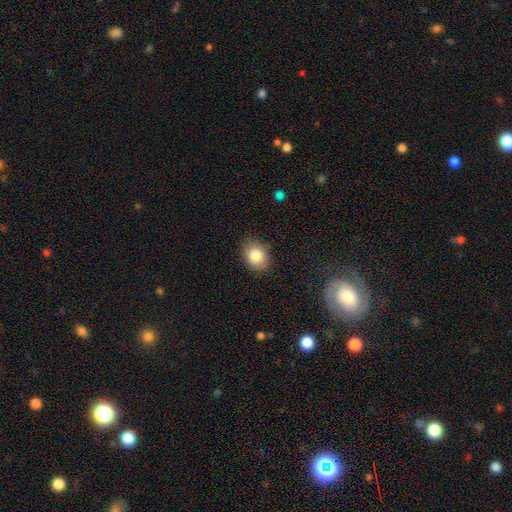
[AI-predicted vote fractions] smooth 84%, star or artifact 8%, featured or disk 8%. Down the decision tree: how rounded — in between (59%); merging — none (85%).